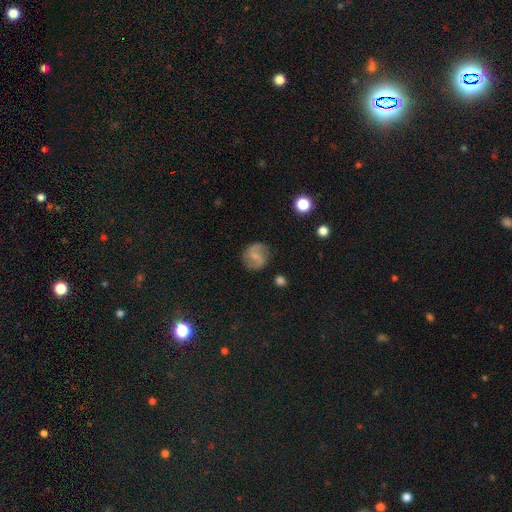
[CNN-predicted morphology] type=featured or disk (66%); edge-on=no (98%); bar=weak (50%); spiral arms=yes (91%); winding=loose (45%); arm count=2 (90%); bulge=small (43%); merging=none (80%).